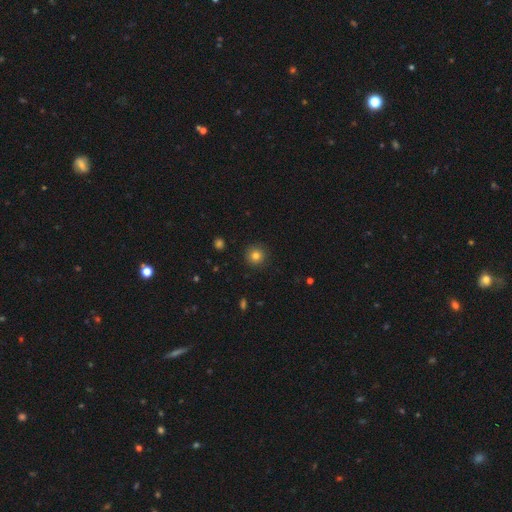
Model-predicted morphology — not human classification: Smooth or featured? Predicted: smooth (p=0.81). How rounded? Predicted: round (p=0.95). Merging? Predicted: none (p=0.92).